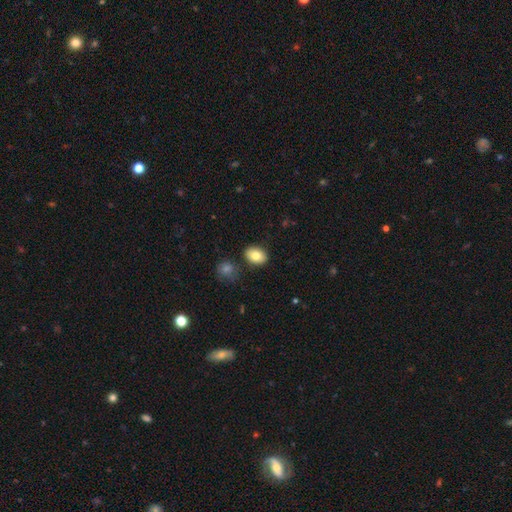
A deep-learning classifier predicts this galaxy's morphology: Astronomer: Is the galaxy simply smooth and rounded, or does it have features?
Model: smooth — 81%.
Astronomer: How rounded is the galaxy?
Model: in between — 76%.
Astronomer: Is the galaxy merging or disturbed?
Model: none — 85%.